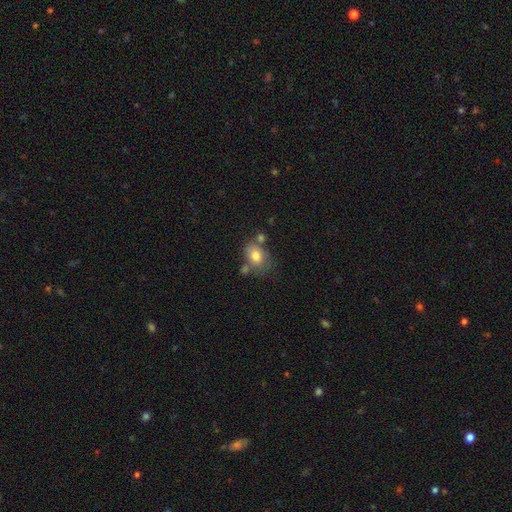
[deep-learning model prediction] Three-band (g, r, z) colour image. It shows a smooth galaxy with no disk features (77%) that is in between round and cigar-shaped (72%). Merging: none (50%).